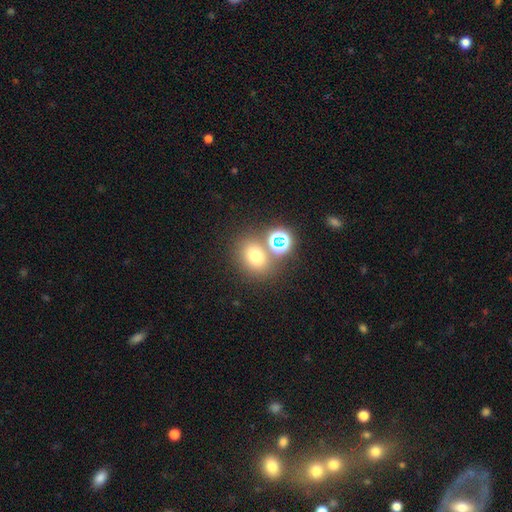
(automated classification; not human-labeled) smooth-or-featured: smooth: 66% | star or artifact: 24% | featured or disk: 10%
  how-rounded: round: 55% | in between: 43% | cigar-shaped: 1%
  merging: none: 67% | merger: 18% | minor disturbance: 10% | major disturbance: 4%